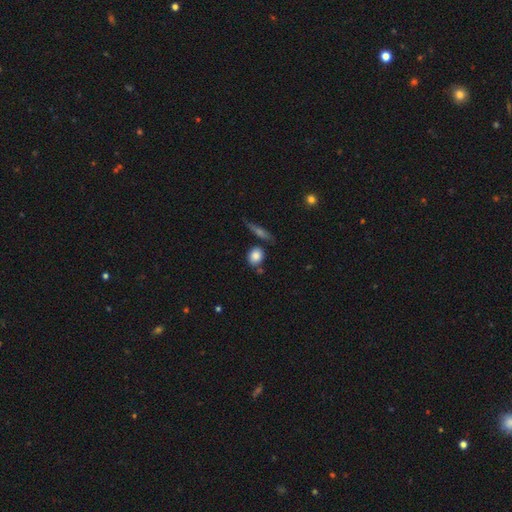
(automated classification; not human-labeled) Smooth or featured?
  - smooth: 83% *
  - featured or disk: 8%
  - star or artifact: 8%
How rounded?
  - round: 64% *
  - in between: 33%
  - cigar-shaped: 3%
Merging?
  - none: 70% *
  - minor disturbance: 14%
  - merger: 12%
  - major disturbance: 4%